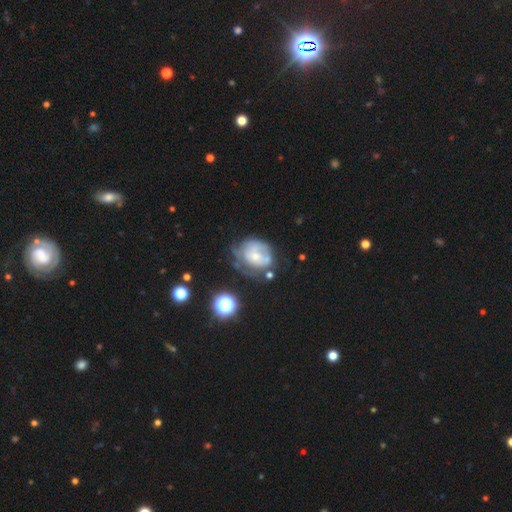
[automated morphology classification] smooth_or_featured: featured or disk (p=0.52) [alt: smooth p=0.37]
disk_edge_on: no (p=0.97) [alt: yes p=0.03]
bar: no (p=0.78) [alt: weak p=0.18]
has_spiral_arms: no (p=0.56) [alt: yes p=0.44]
bulge_size: small (p=0.46) [alt: moderate p=0.38]
merging: none (p=0.39) [alt: minor disturbance p=0.29]